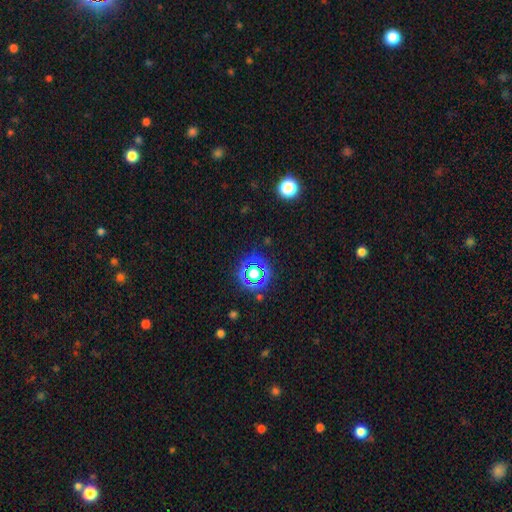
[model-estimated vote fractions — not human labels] The model was most divided on "smooth or featured": star or artifact: 75%, smooth: 18%, featured or disk: 8%.